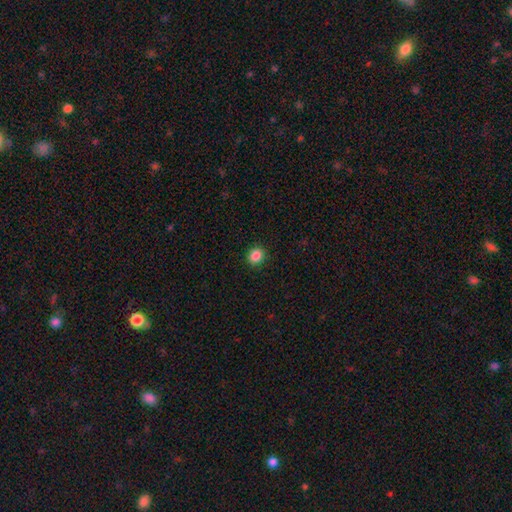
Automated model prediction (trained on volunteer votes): A smooth galaxy with no disk features (87%) that is round (70%).

Vote fractions:
- Smooth or featured? smooth: 87% / star or artifact: 10% / featured or disk: 3%
- How rounded? round: 70% / in between: 29% / cigar-shaped: 1%
- Merging? none: 90% / minor disturbance: 7% / major disturbance: 2% / merger: 1%